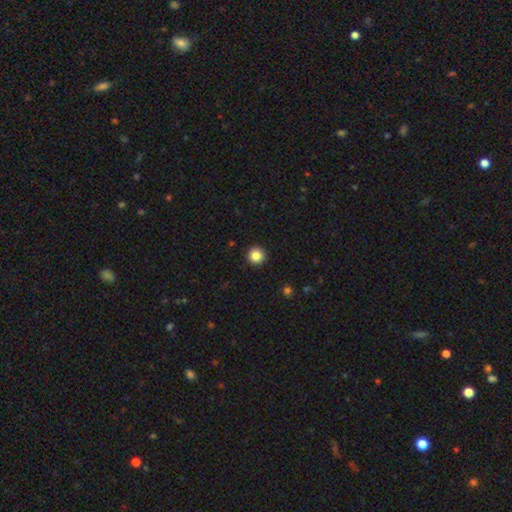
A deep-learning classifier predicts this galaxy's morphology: Overall: smooth (85%). How rounded: round (96%). Merging: none (94%).